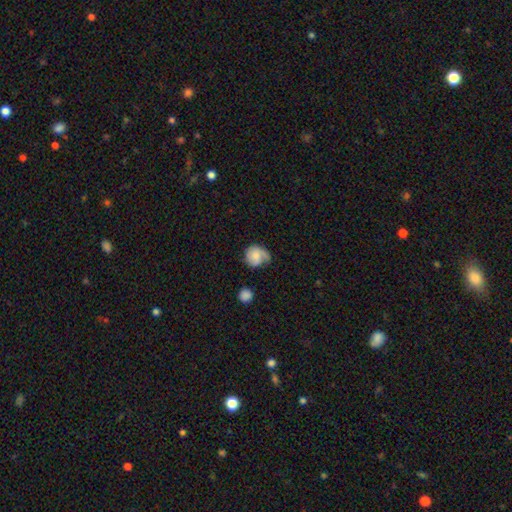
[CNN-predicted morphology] Smooth or featured? Predicted: smooth (p=0.57). How rounded? Predicted: round (p=0.74). Merging? Predicted: none (p=0.44).